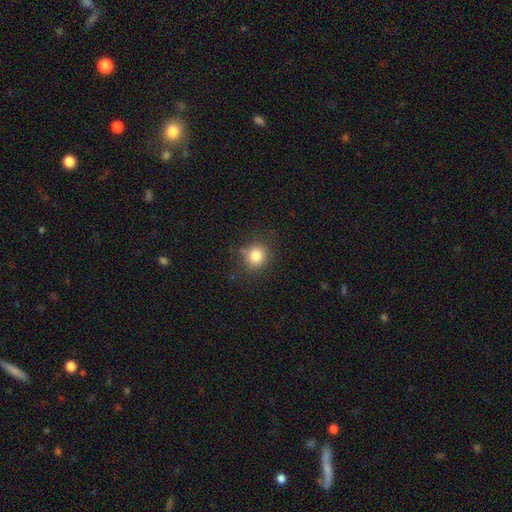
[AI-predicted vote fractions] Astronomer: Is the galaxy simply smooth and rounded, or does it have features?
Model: smooth — 82%.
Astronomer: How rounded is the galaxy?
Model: round — 85%.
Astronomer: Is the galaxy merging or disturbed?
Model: none — 81%.